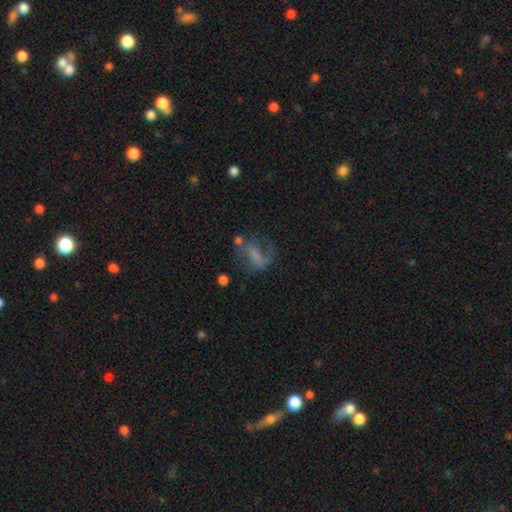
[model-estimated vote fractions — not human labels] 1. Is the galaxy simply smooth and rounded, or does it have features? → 46% featured or disk, 39% smooth, 15% star or artifact.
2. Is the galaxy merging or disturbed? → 38% major disturbance, 34% none, 19% minor disturbance, 8% merger.